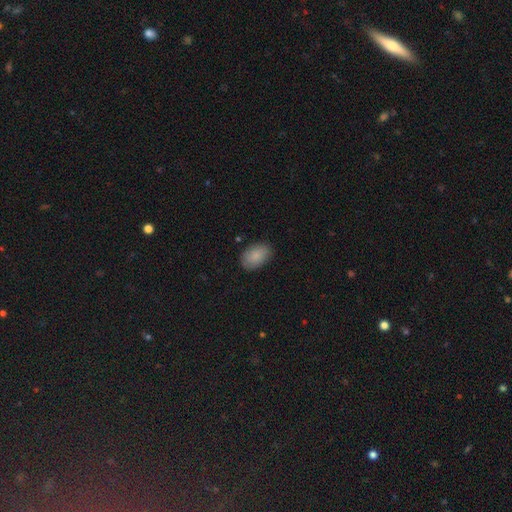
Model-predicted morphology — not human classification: Smooth or featured? Predicted: smooth (p=0.88). How rounded? Predicted: in between (p=0.90). Merging? Predicted: none (p=0.85).